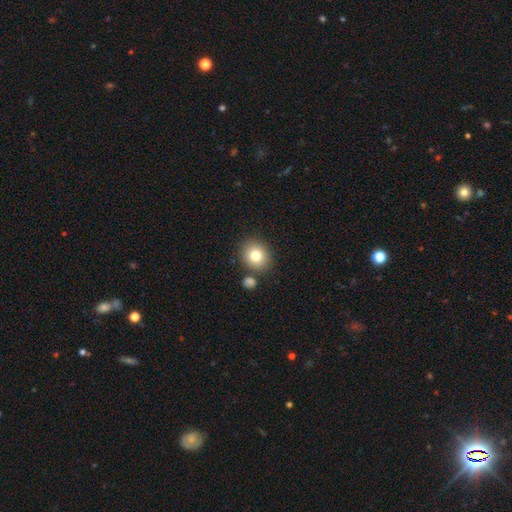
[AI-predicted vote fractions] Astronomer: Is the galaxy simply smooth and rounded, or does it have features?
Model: smooth — 79%.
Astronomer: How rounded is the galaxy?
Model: round — 76%.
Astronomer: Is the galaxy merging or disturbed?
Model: none — 79%.